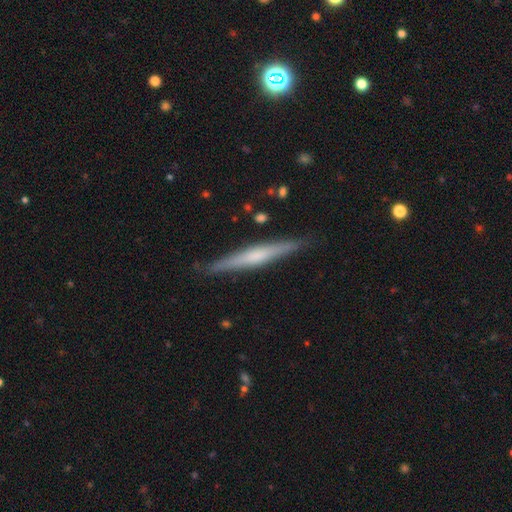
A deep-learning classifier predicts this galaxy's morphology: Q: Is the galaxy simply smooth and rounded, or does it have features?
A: featured or disk — 57%.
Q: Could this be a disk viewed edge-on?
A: yes — 97%.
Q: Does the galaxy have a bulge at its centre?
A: rounded — 46%.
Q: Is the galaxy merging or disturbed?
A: none — 89%.